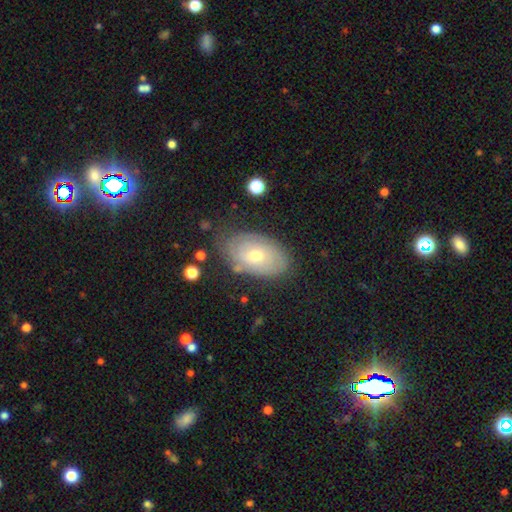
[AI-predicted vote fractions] This appears to be a featured or disk galaxy (56%) with no bar (79%), spiral arms (66%) and a moderate central bulge (58%). Merging: none (71%).